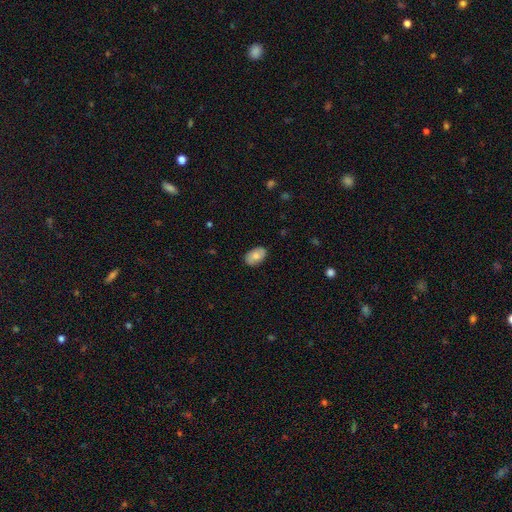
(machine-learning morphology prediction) Smooth or featured?
  - smooth: 78% *
  - featured or disk: 15%
  - star or artifact: 7%
How rounded?
  - in between: 92% *
  - round: 7%
  - cigar-shaped: 1%
Merging?
  - none: 85% *
  - minor disturbance: 12%
  - major disturbance: 2%
  - merger: 1%